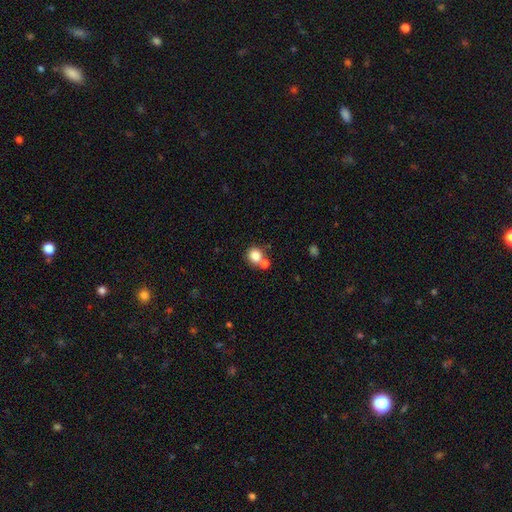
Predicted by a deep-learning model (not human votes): The model was most divided on "merging": none: 58%, merger: 30%, minor disturbance: 8%, major disturbance: 3%. More confident: how rounded — round (87%); smooth or featured — smooth (82%).